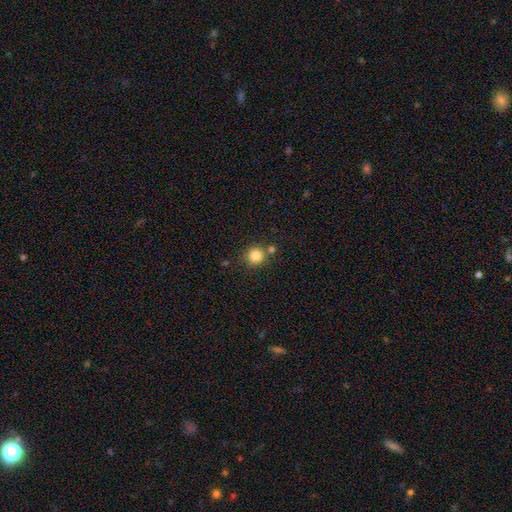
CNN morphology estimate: Smooth or featured: smooth — 83% (star or artifact — 11%)
How rounded: round — 91% (in between — 8%)
Merging: none — 76% (merger — 12%)